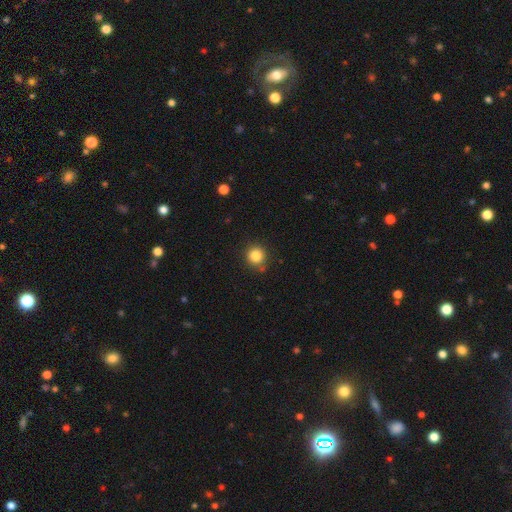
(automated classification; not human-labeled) smooth_or_featured: smooth (p=0.84) [alt: star or artifact p=0.11]
how_rounded: round (p=0.93) [alt: in between p=0.06]
merging: none (p=0.84) [alt: minor disturbance p=0.10]